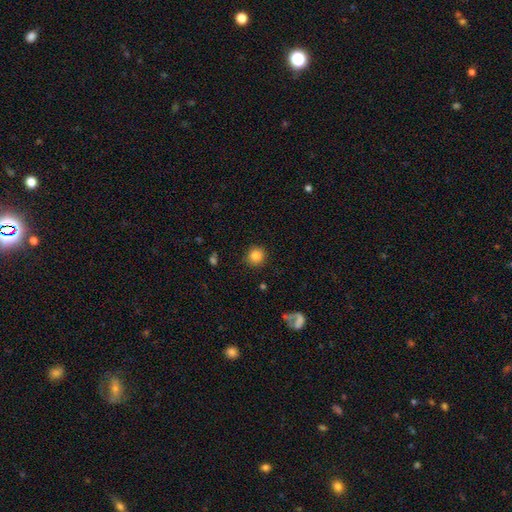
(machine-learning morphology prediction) smooth 84%, star or artifact 10%, featured or disk 6%. Down the decision tree: how rounded — round (90%); merging — none (89%).